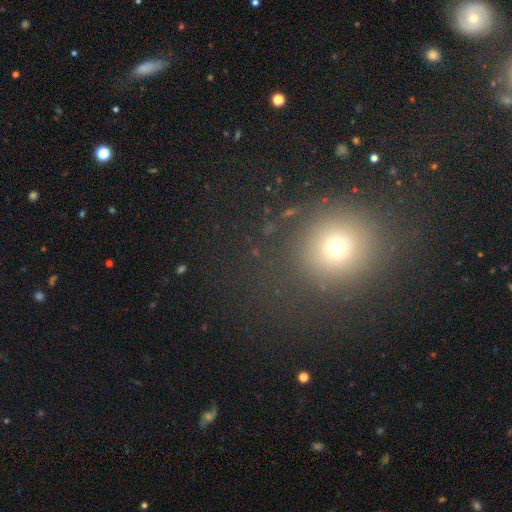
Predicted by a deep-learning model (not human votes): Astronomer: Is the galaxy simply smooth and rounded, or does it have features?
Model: smooth — 59%.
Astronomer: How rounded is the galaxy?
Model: round — 87%.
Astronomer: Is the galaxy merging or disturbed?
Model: none — 81%.